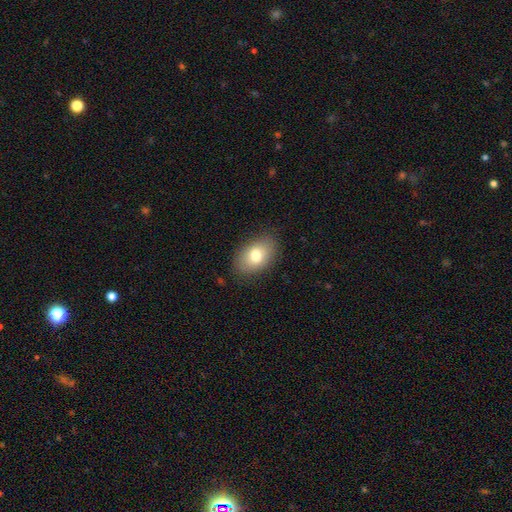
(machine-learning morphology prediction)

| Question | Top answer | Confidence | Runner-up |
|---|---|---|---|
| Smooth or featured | smooth | 77% | featured or disk (15%) |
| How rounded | in between | 87% | round (11%) |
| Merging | none | 84% | minor disturbance (12%) |